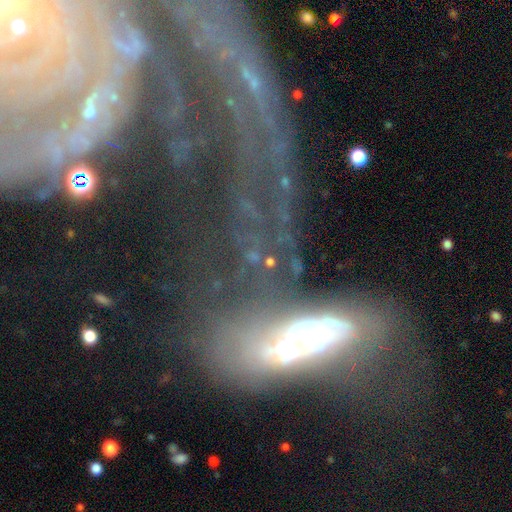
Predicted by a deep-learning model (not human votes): Smooth or featured? Predicted: featured or disk (p=0.63). Edge-on disk? Predicted: no (p=0.81). Bar? Predicted: no (p=0.67). Spiral arms? Predicted: no (p=0.54). Bulge size? Predicted: moderate (p=0.34). Merging? Predicted: major disturbance (p=0.36).